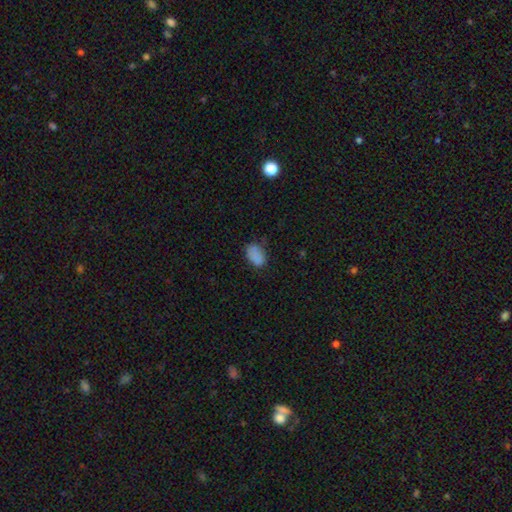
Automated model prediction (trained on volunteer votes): A smooth galaxy with no disk features (83%) that is in between round and cigar-shaped (89%). Merging: none (63%).